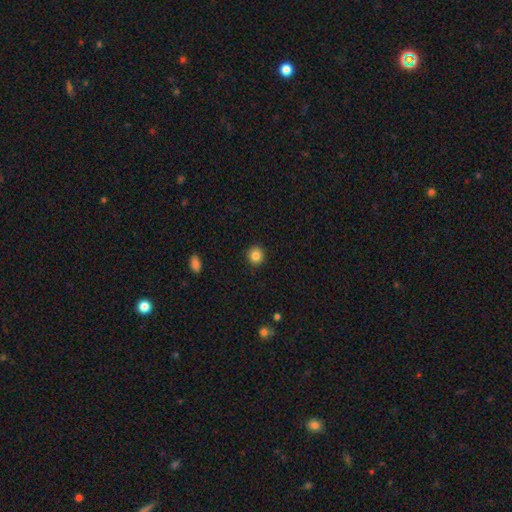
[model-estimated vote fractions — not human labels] Smooth or featured? smooth (85%)
How rounded? round (90%)
Merging? none (91%)